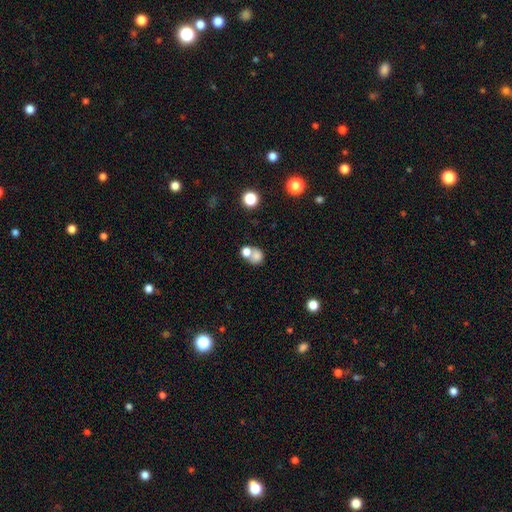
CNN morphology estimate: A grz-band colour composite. It shows a smooth galaxy with no disk features (74%) that is round (67%). Merging: merger (52%).